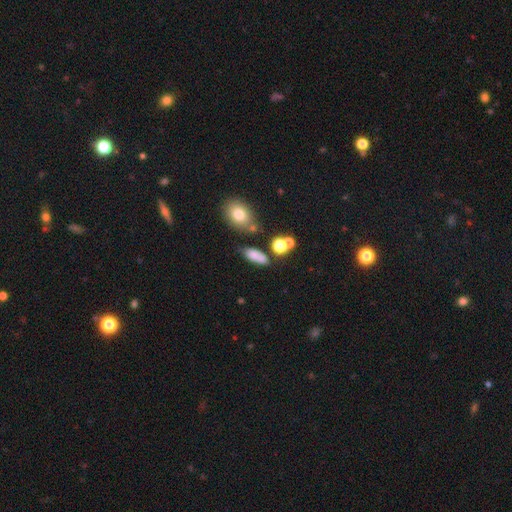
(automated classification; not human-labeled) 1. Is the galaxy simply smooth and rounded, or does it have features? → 73% smooth, 14% star or artifact, 13% featured or disk.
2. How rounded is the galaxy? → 69% in between, 18% cigar-shaped, 12% round.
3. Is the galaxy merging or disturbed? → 56% none, 19% minor disturbance, 17% merger, 8% major disturbance.